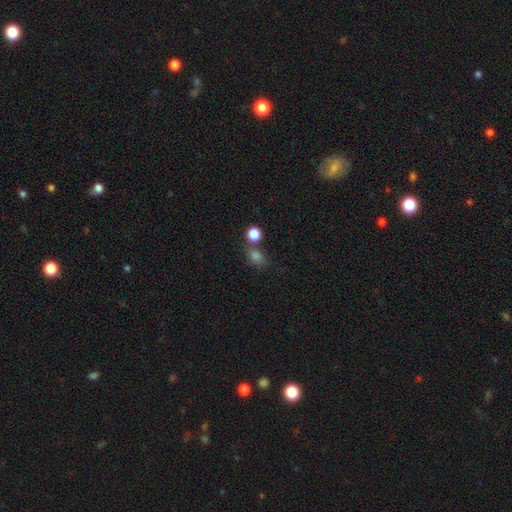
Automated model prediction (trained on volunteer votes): The model was most divided on "how rounded": round: 57%, in between: 42%, cigar-shaped: 2%. More confident: smooth or featured — smooth (77%); merging — none (60%).